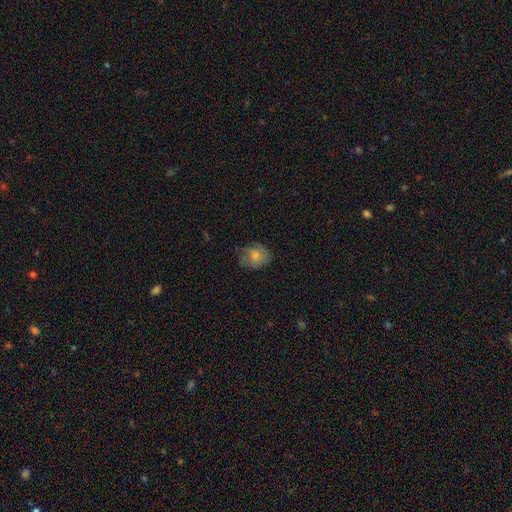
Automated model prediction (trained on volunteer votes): A smooth galaxy with no disk features (72%) that is round (52%). Merging: none (66%).